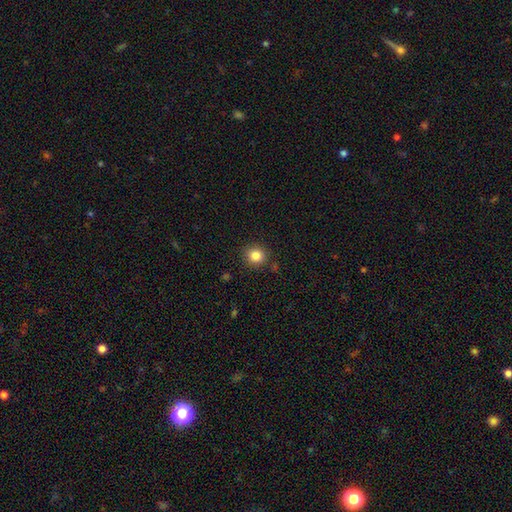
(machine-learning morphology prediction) This appears to be a smooth galaxy with no disk features (84%) that is round (86%). Merging: none (88%).